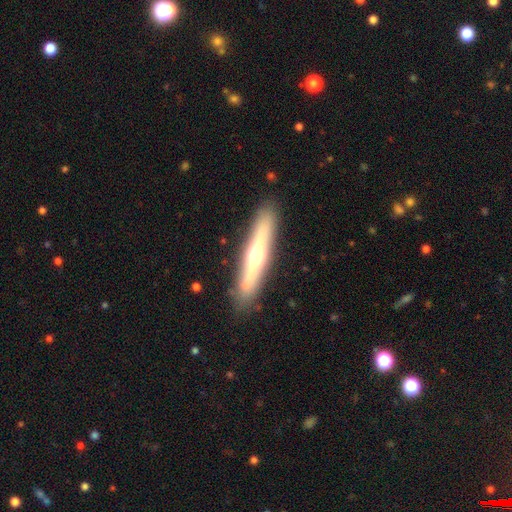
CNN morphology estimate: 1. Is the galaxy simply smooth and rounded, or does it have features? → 55% featured or disk, 39% smooth, 6% star or artifact.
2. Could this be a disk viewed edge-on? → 90% yes, 10% no.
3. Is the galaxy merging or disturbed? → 85% none, 10% minor disturbance, 3% major disturbance, 3% merger.